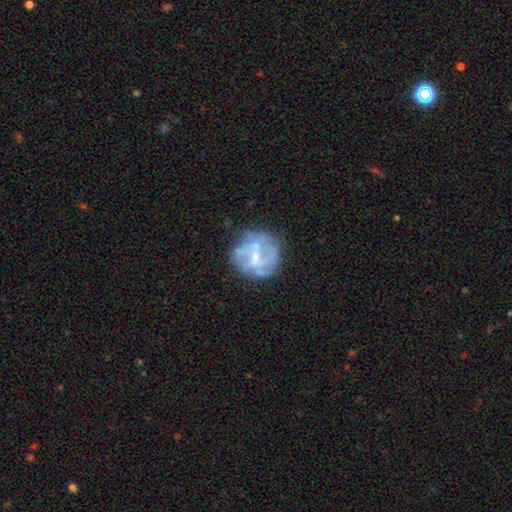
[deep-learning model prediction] Smooth or featured: featured or disk — 68% (smooth — 24%)
Edge-on disk: no — 98% (yes — 2%)
Bar: weak — 44% (no — 43%)
Spiral arms: yes — 51% (no — 49%)
Bulge size: small — 48% (moderate — 32%)
Merging: none — 62% (minor disturbance — 20%)